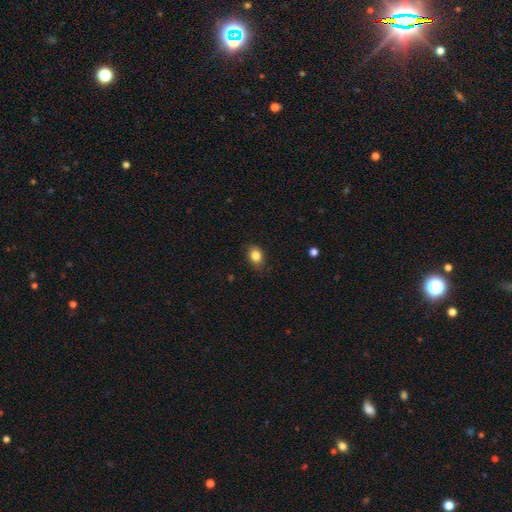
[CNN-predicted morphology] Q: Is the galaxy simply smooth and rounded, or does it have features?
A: smooth — 85%.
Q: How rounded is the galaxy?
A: in between — 60%.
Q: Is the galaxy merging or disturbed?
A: none — 80%.